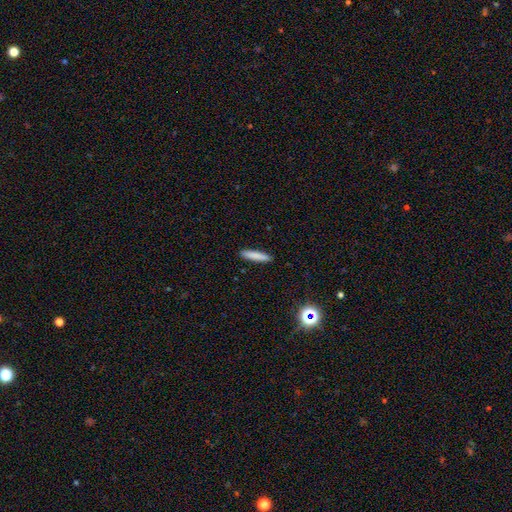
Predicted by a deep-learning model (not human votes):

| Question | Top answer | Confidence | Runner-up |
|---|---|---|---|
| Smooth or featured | smooth | 83% | featured or disk (10%) |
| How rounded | cigar-shaped | 89% | in between (10%) |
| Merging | none | 91% | minor disturbance (6%) |